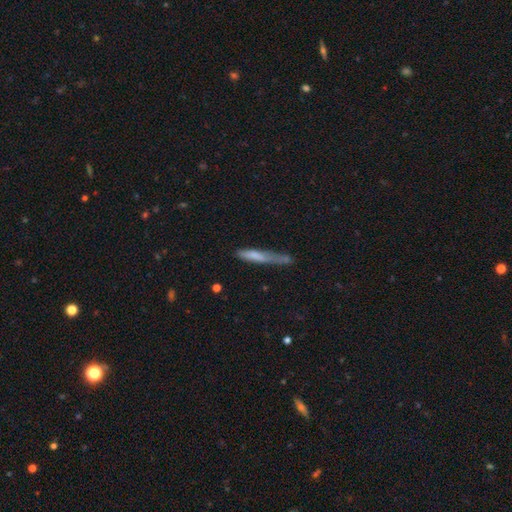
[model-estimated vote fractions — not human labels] smooth 68%, featured or disk 25%, star or artifact 7%. Down the decision tree: how rounded — cigar-shaped (92%); merging — none (43%).